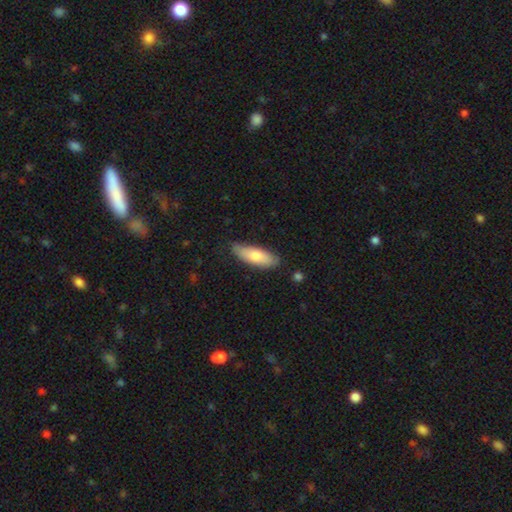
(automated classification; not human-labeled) This is likely a smooth galaxy (72%). How rounded: possibly in between (60%). Merging: clearly none (80%).